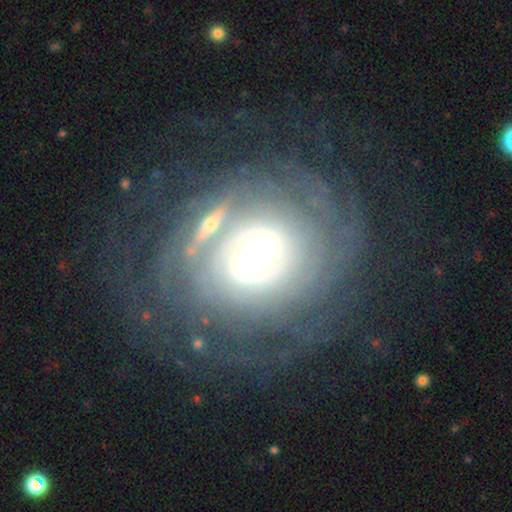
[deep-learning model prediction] Overall: featured or disk (86%). Edge-on disk: no (91%). Bar: strong (56%; weak 30%). Spiral arms: yes (82%). Spiral arm count: can't tell (39%; 2 32%). Spiral winding: tight (68%). Bulge size: moderate (62%). Merging: none (54%; merger 19%).